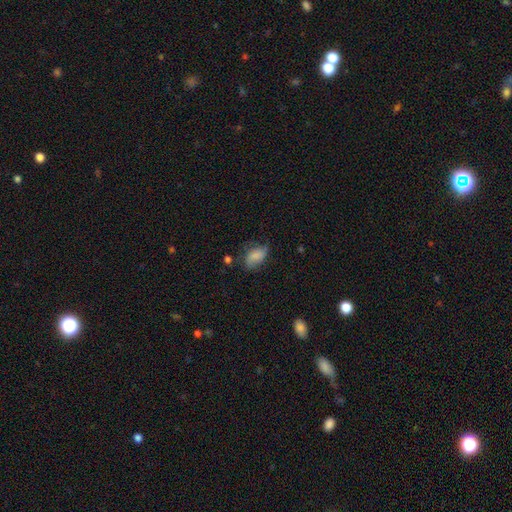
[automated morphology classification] A smooth galaxy with no disk features (72%) that is in between round and cigar-shaped (89%). Merging: none (53%).